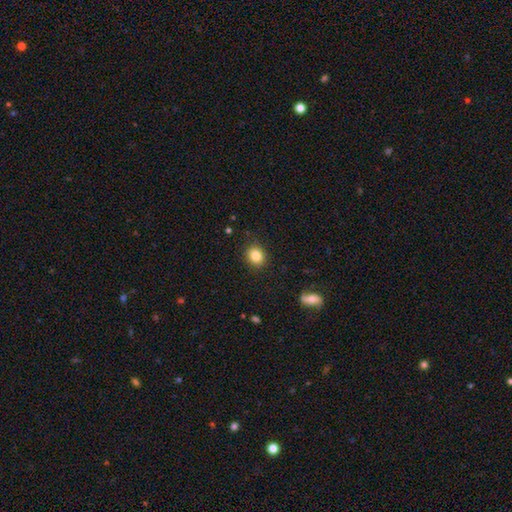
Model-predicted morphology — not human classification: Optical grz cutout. It shows a smooth galaxy with no disk features (84%) that is round (66%). Merging: none (87%).